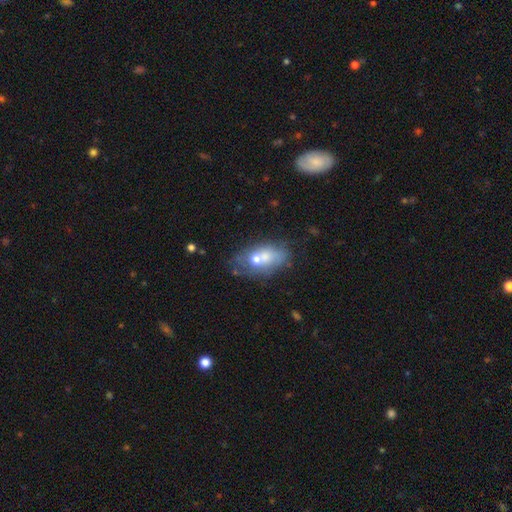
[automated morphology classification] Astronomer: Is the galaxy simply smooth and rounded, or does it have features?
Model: smooth — 53% (runner-up: featured or disk, 34%).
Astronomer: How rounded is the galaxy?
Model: in between — 81%.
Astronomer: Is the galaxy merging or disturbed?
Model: none — 39% (runner-up: merger, 31%).